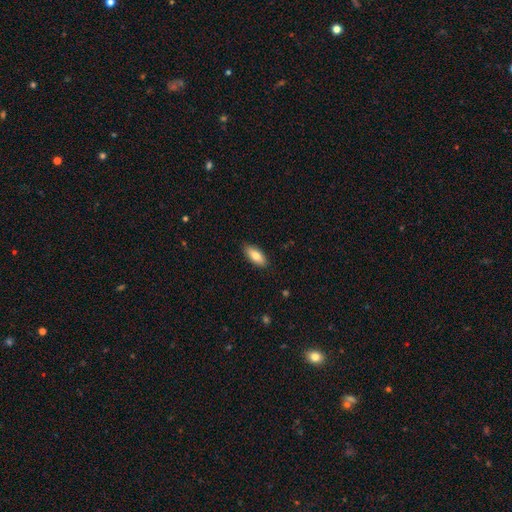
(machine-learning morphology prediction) Smooth or featured? smooth (80%)
How rounded? in between (81%)
Merging? none (88%)